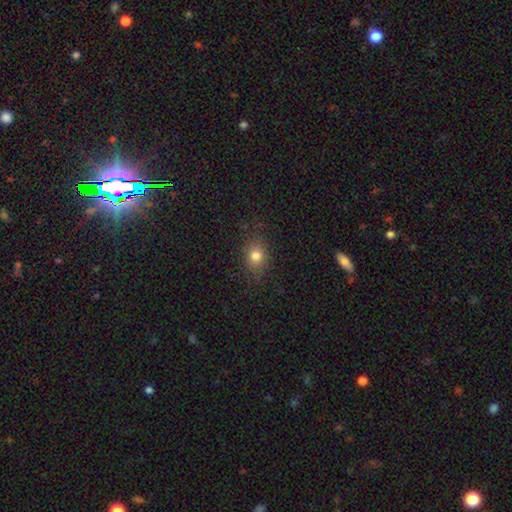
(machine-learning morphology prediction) This appears to be a smooth galaxy with no disk features (79%) that is in between round and cigar-shaped (50%). Merging: none (82%).